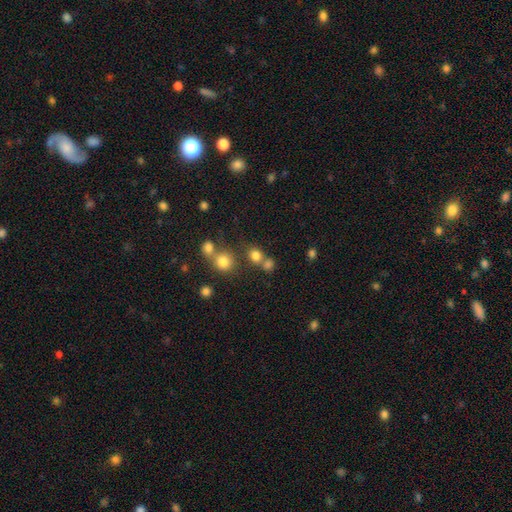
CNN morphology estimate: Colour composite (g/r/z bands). It shows a smooth galaxy with no disk features (77%) that is round (79%). Merging: none (57%).